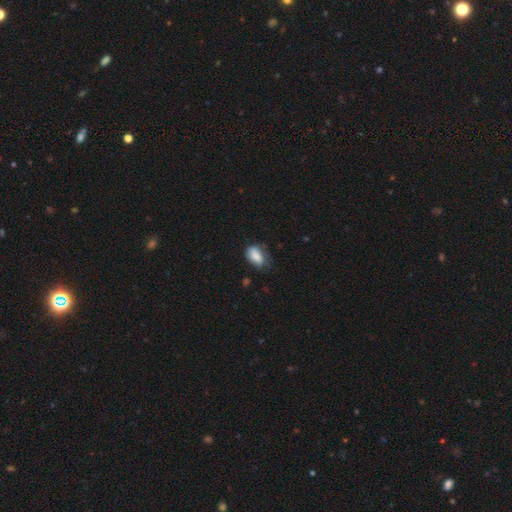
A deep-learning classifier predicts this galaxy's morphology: A smooth galaxy with no disk features (84%) that is in between round and cigar-shaped (89%). Merging: none (55%).